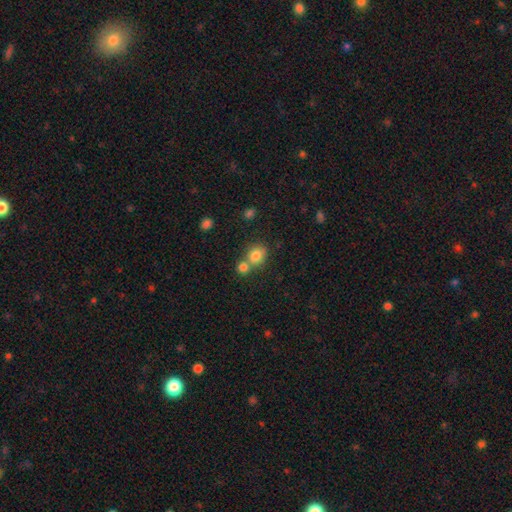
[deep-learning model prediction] Smooth or featured?
  - smooth: 80% *
  - star or artifact: 11%
  - featured or disk: 9%
How rounded?
  - round: 63% *
  - in between: 36%
  - cigar-shaped: 1%
Merging?
  - none: 48% *
  - merger: 41%
  - minor disturbance: 9%
  - major disturbance: 3%